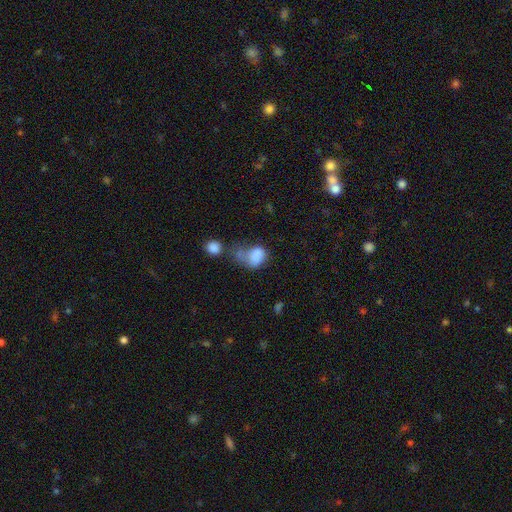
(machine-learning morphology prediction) Smooth or featured? smooth (79%)
How rounded? in between (68%)
Merging? merger (37%)